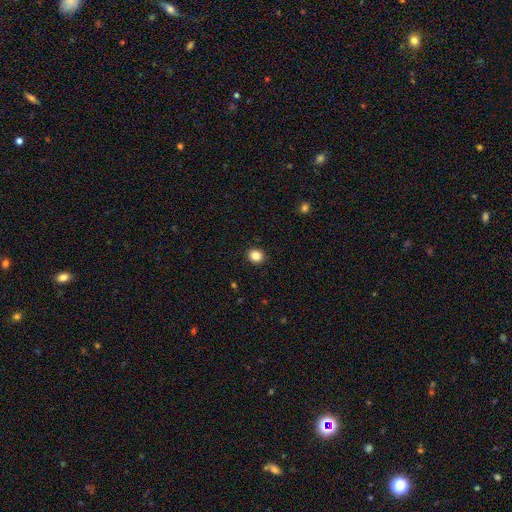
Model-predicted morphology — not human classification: type=smooth (86%); roundness=round (78%); merging=none (92%).